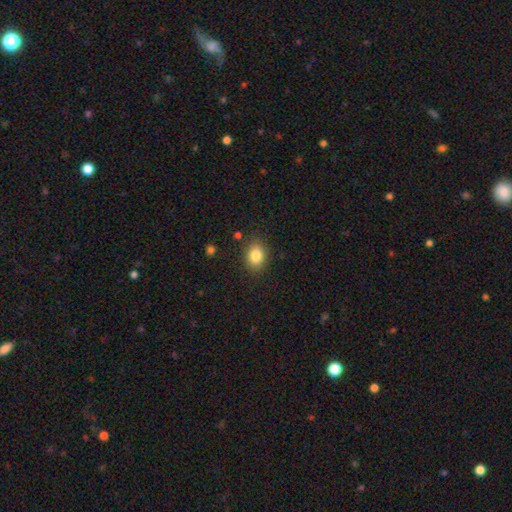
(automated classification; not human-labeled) Morphology: type=smooth (84%); roundness=in between (57%); merging=none (85%).